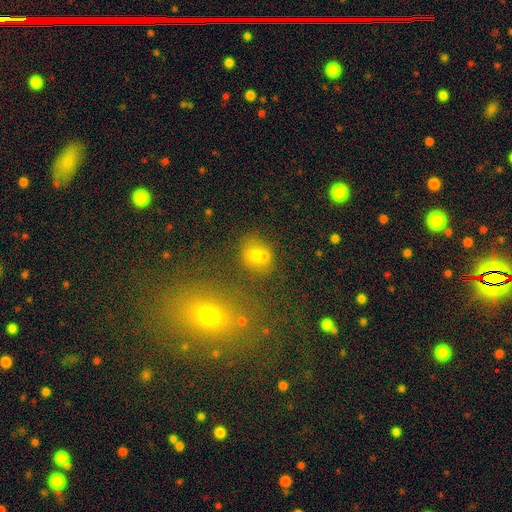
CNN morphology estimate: type=smooth (62%); roundness=in between (51%); merging=none (60%).